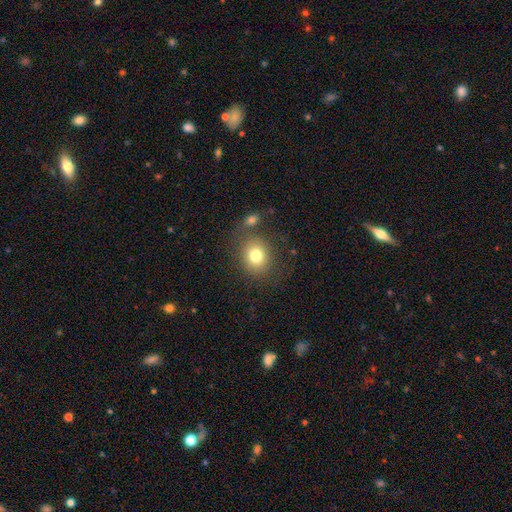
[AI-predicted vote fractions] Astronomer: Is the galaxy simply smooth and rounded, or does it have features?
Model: smooth — 78%.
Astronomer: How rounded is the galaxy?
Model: round — 72%.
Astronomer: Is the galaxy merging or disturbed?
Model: none — 74%.